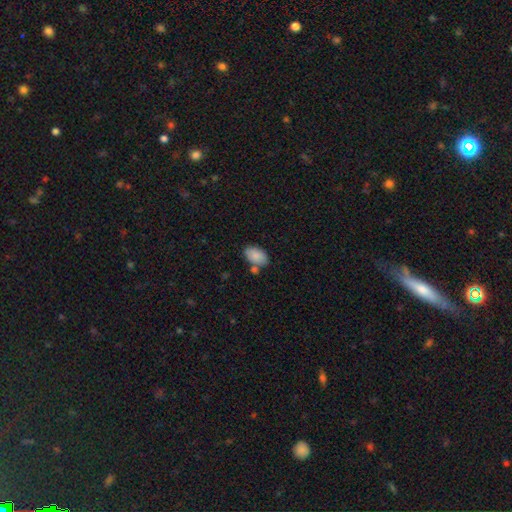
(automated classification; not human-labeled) Overall: smooth (86%). How rounded: in between (93%). Merging: none (68%).